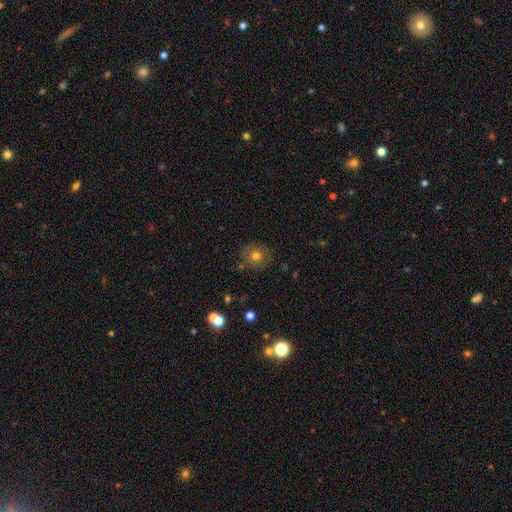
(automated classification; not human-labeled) Smooth or featured?
  - smooth: 71% *
  - featured or disk: 16%
  - star or artifact: 13%
How rounded?
  - round: 88% *
  - in between: 12%
  - cigar-shaped: 1%
Merging?
  - none: 81% *
  - minor disturbance: 12%
  - major disturbance: 4%
  - merger: 3%